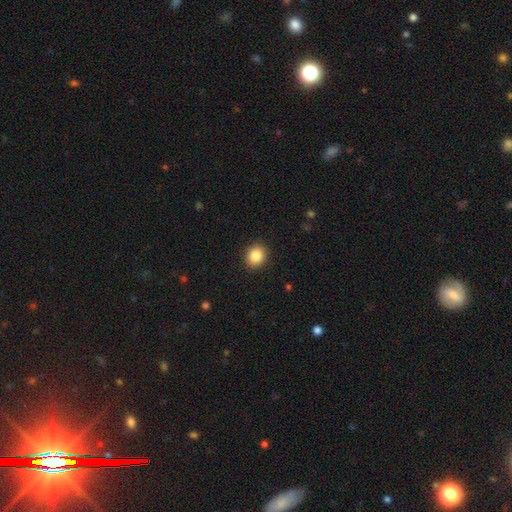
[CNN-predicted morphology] Smooth or featured: smooth — 86% (star or artifact — 9%)
How rounded: round — 75% (in between — 24%)
Merging: none — 91% (minor disturbance — 6%)